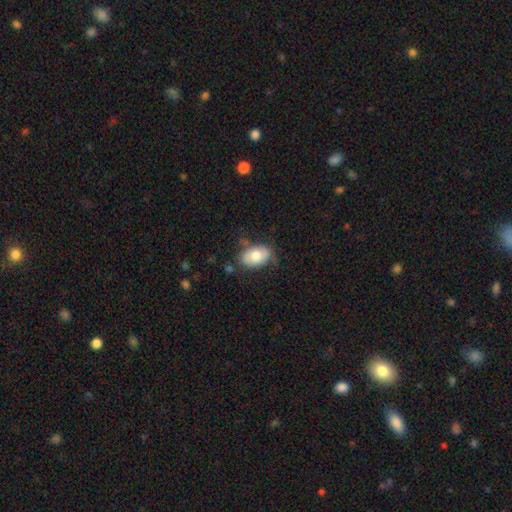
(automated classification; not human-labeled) This is likely a smooth galaxy (73%). How rounded: clearly in between (88%). Merging: likely none (69%).